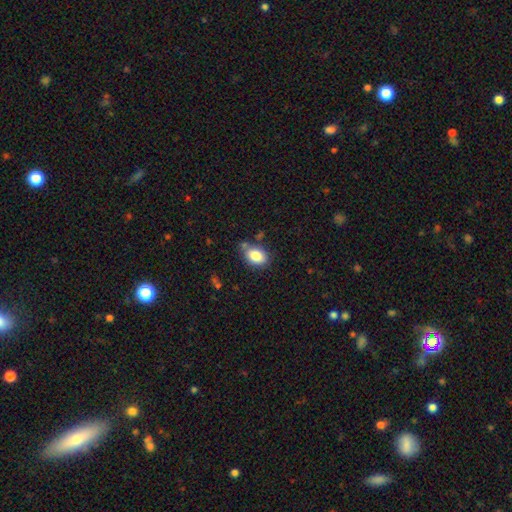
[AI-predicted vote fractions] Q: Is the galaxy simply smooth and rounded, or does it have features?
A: smooth — 83%.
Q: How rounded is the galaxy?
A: in between — 80%.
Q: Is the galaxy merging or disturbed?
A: none — 67%.